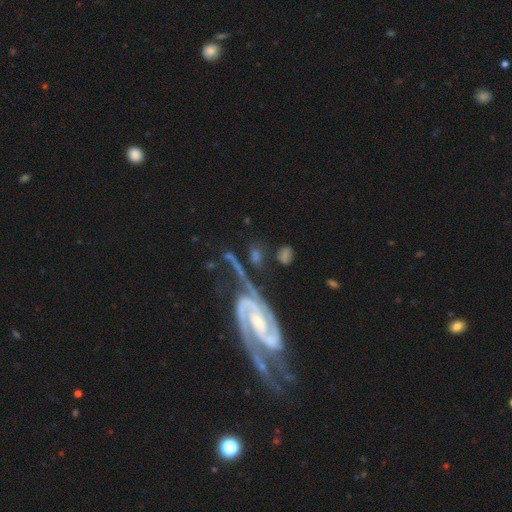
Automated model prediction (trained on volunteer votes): Morphology: type=featured or disk (69%); edge-on=no (89%); bar=weak (37%); spiral arms=yes (91%); winding=medium (44%); arm count=2 (84%); bulge=small (49%); merging=none (47%).